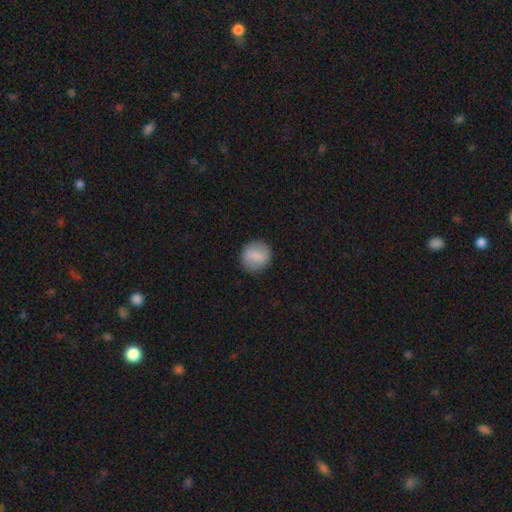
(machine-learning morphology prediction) Smooth or featured? smooth (76%)
How rounded? round (86%)
Merging? none (87%)